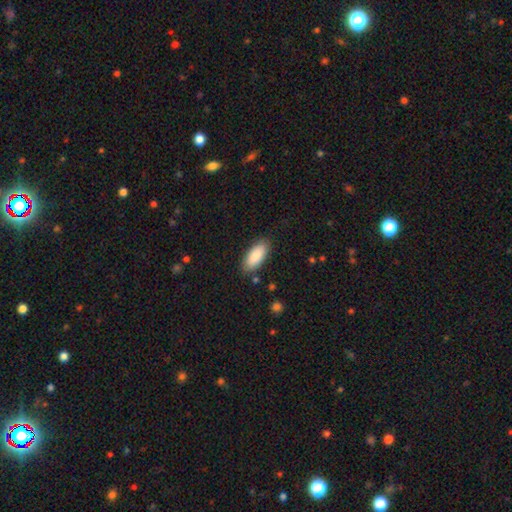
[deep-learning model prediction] Smooth or featured? Predicted: smooth (p=0.89). How rounded? Predicted: in between (p=0.88). Merging? Predicted: none (p=0.85).